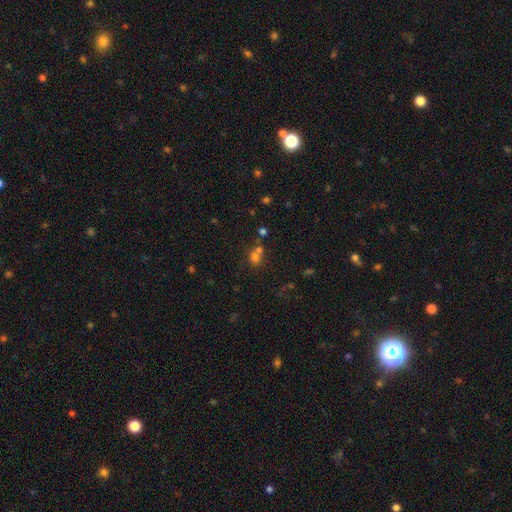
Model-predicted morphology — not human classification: Smooth or featured?
  - smooth: 65% *
  - star or artifact: 23%
  - featured or disk: 11%
How rounded?
  - round: 82% *
  - in between: 17%
  - cigar-shaped: 1%
Merging?
  - none: 47% *
  - merger: 42%
  - minor disturbance: 7%
  - major disturbance: 4%